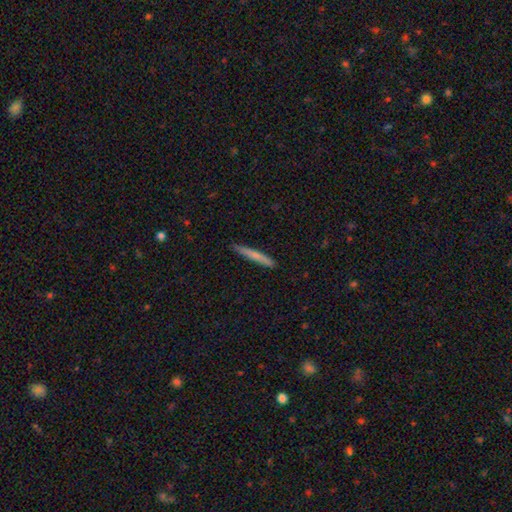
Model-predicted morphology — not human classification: Overall: smooth (70%). How rounded: cigar-shaped (96%). Merging: none (87%).